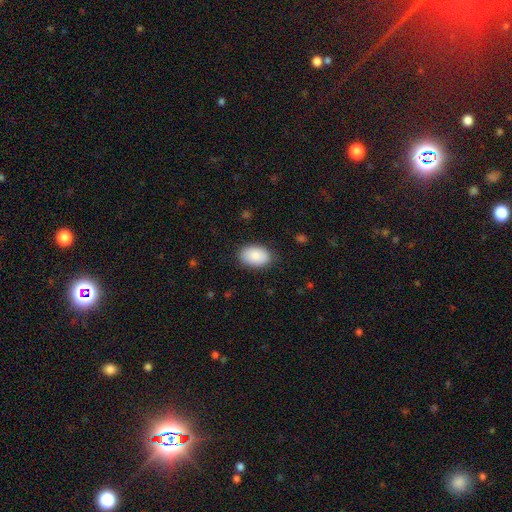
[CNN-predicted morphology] Smooth or featured: smooth — 88% (star or artifact — 6%)
How rounded: in between — 91% (round — 8%)
Merging: none — 84% (minor disturbance — 12%)